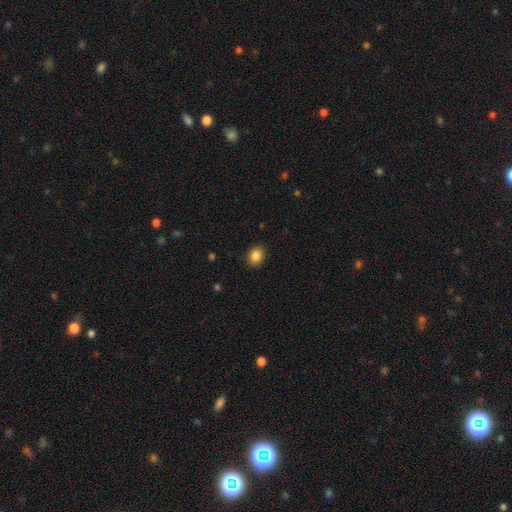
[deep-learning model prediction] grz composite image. It shows a smooth galaxy with no disk features (87%) that is in between round and cigar-shaped (52%). Merging: none (89%).